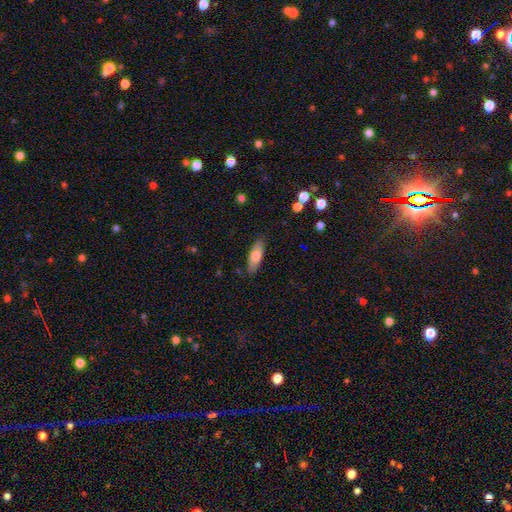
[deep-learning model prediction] Morphology: type=smooth (70%); roundness=in between (64%); merging=none (85%).